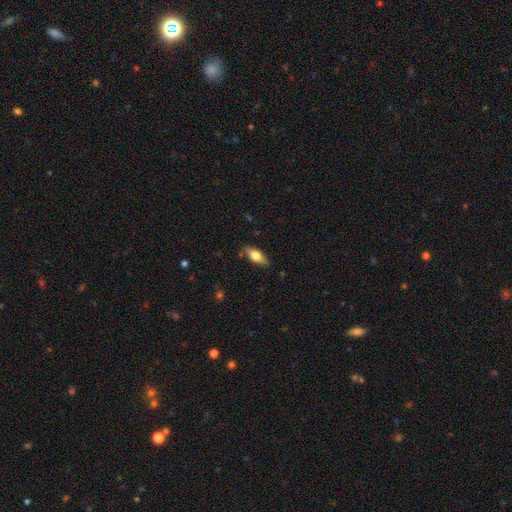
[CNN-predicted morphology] This is likely a smooth galaxy (64%). How rounded: likely in between (77%). Merging: clearly none (82%).